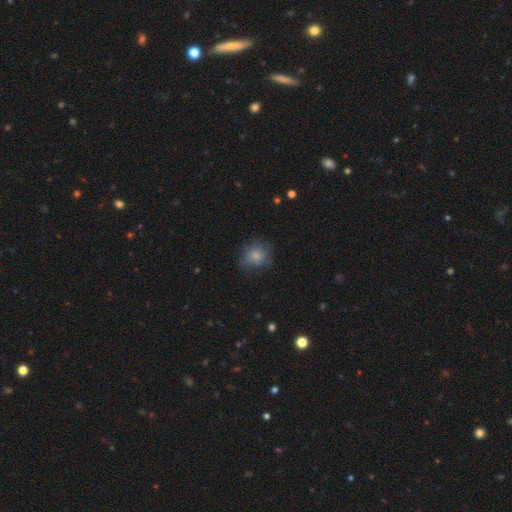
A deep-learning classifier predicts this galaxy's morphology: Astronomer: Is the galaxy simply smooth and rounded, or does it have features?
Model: smooth — 72%.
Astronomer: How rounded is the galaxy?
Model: round — 79%.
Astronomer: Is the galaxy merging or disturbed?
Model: none — 61%.